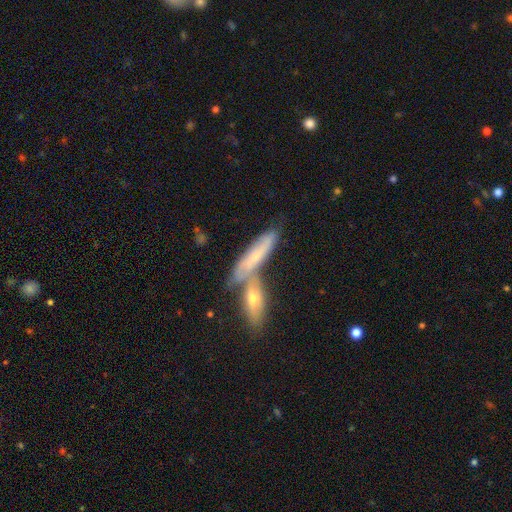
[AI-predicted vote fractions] Q: Smooth or featured?
A: smooth (54%); runner-up: featured or disk (39%)
Q: How rounded?
A: cigar-shaped (72%); runner-up: in between (26%)
Q: Merging?
A: merger (49%); runner-up: none (37%)